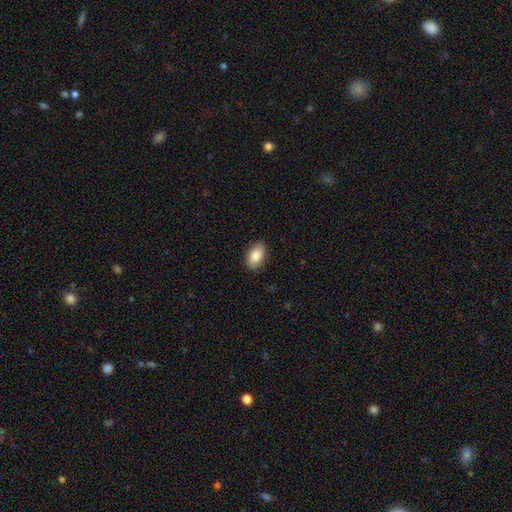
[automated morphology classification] smooth 87%, star or artifact 6%, featured or disk 6%. Down the decision tree: how rounded — in between (93%); merging — none (87%).